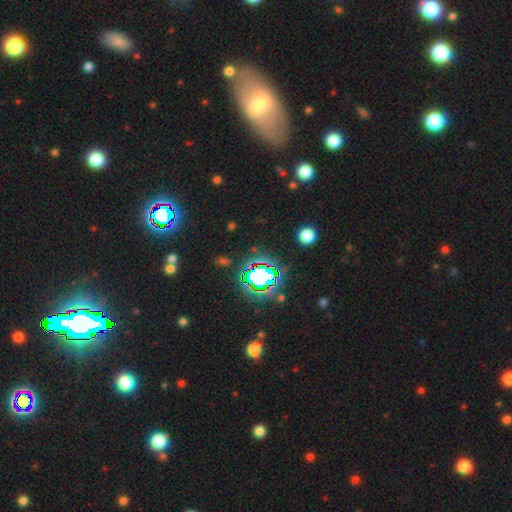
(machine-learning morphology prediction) A star or artifact, not a galaxy (65%).